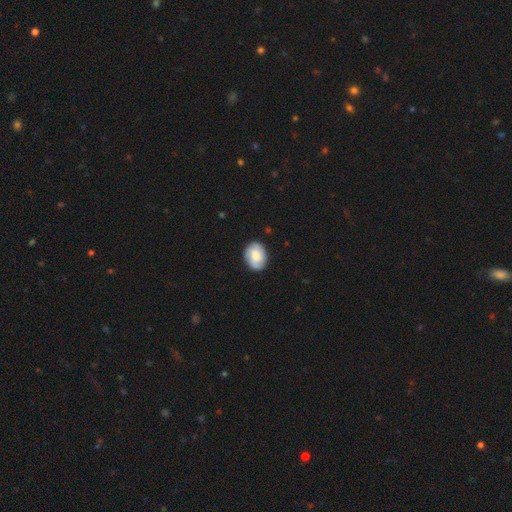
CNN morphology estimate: smooth-or-featured: smooth: 62% | featured or disk: 31% | star or artifact: 7%
  how-rounded: in between: 64% | round: 35% | cigar-shaped: 1%
  merging: none: 82% | minor disturbance: 14% | major disturbance: 3% | merger: 1%